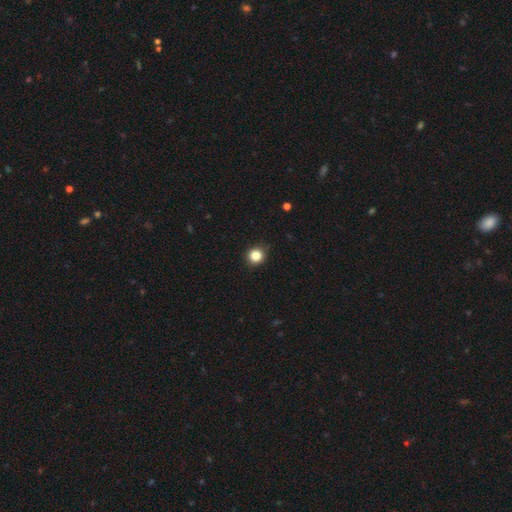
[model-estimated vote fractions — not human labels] smooth_or_featured: smooth (p=0.85) [alt: star or artifact p=0.12]
how_rounded: round (p=0.93) [alt: in between p=0.07]
merging: none (p=0.90) [alt: minor disturbance p=0.07]